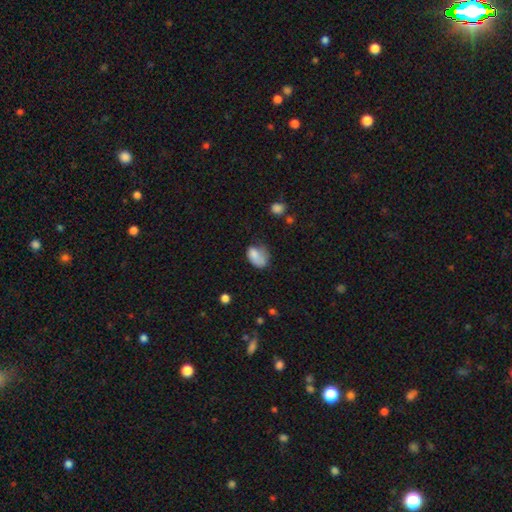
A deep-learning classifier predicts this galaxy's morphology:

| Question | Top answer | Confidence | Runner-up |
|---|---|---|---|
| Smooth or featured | smooth | 74% | featured or disk (18%) |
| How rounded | in between | 82% | round (17%) |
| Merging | none | 33% | tied: minor disturbance (33%) |